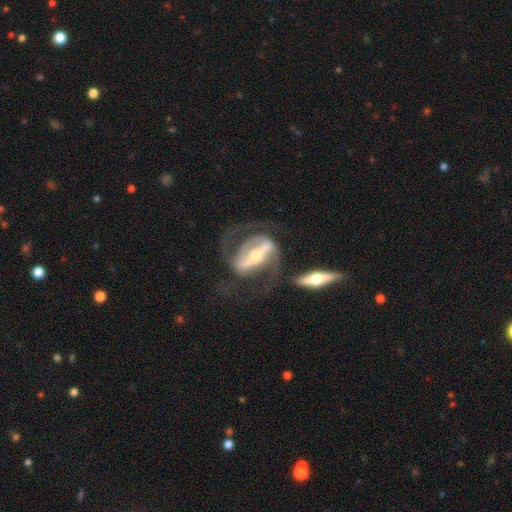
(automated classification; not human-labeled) The model was most divided on "bulge size": moderate: 58%, small: 34%, large: 6%, dominant: 1%, none: 1%. More confident: edge-on disk — no (90%); smooth or featured — featured or disk (89%); spiral arms — yes (89%); spiral arm count — 2 (88%); bar — strong (79%); merging — none (55%); spiral winding — medium (50%).